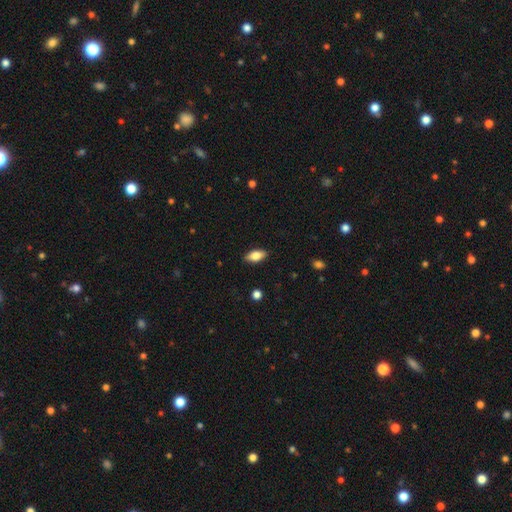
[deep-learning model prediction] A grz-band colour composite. It shows a smooth galaxy with no disk features (76%) that is in between round and cigar-shaped (87%). Merging: none (88%).